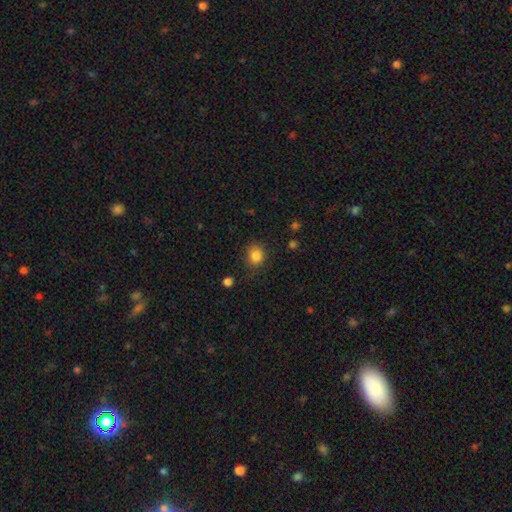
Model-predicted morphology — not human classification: smooth-or-featured: smooth: 84% | star or artifact: 11% | featured or disk: 5%
  how-rounded: round: 73% | in between: 26% | cigar-shaped: 1%
  merging: none: 80% | minor disturbance: 14% | major disturbance: 4% | merger: 2%